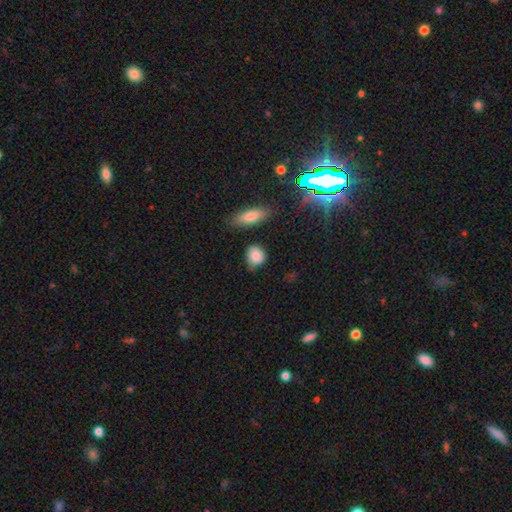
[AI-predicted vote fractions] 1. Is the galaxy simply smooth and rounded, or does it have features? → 84% smooth, 9% star or artifact, 7% featured or disk.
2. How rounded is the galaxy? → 66% round, 32% in between, 2% cigar-shaped.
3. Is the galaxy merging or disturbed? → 68% none, 23% minor disturbance, 5% major disturbance, 4% merger.